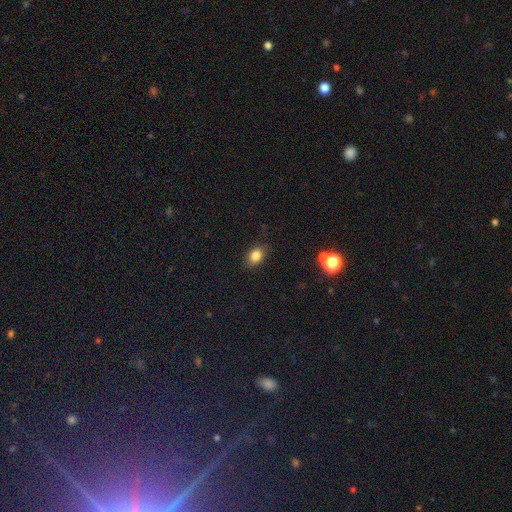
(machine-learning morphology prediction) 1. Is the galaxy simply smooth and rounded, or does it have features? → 81% smooth, 11% star or artifact, 8% featured or disk.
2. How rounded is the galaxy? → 73% in between, 26% round, 2% cigar-shaped.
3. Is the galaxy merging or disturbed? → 83% none, 13% minor disturbance, 3% major disturbance, 1% merger.